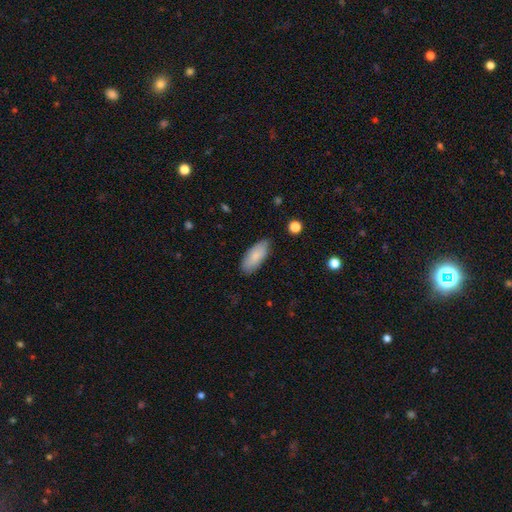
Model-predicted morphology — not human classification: Smooth or featured?
  - smooth: 84% *
  - featured or disk: 10%
  - star or artifact: 6%
How rounded?
  - in between: 85% *
  - cigar-shaped: 13%
  - round: 2%
Merging?
  - none: 83% *
  - minor disturbance: 13%
  - major disturbance: 3%
  - merger: 1%